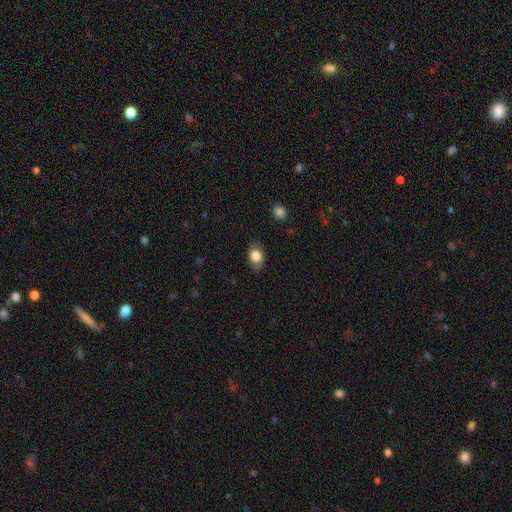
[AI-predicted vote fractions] Overall: smooth (76%). How rounded: in between (84%). Merging: none (79%).